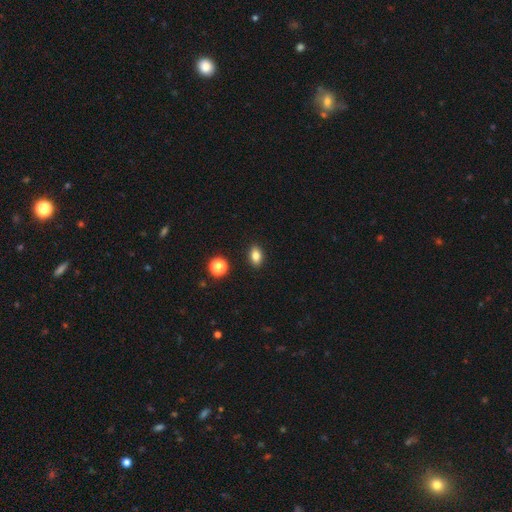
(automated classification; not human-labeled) smooth_or_featured: smooth (p=0.81) [alt: star or artifact p=0.11]
how_rounded: in between (p=0.84) [alt: round p=0.13]
merging: none (p=0.89) [alt: minor disturbance p=0.07]